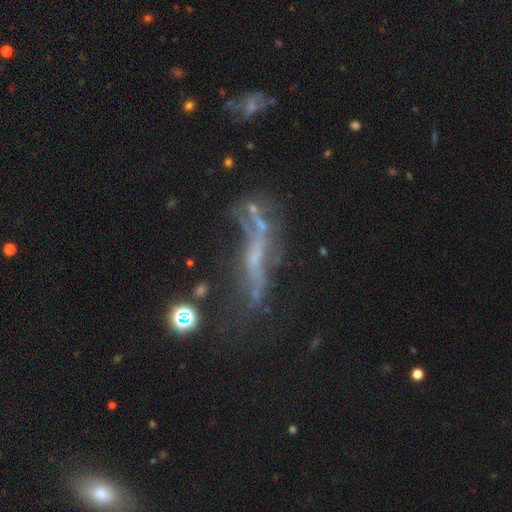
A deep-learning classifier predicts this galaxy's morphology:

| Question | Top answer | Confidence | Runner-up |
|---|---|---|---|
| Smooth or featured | featured or disk | 60% | star or artifact (21%) |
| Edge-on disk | no | 54% | yes (46%) |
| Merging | none | 37% | major disturbance (26%) |